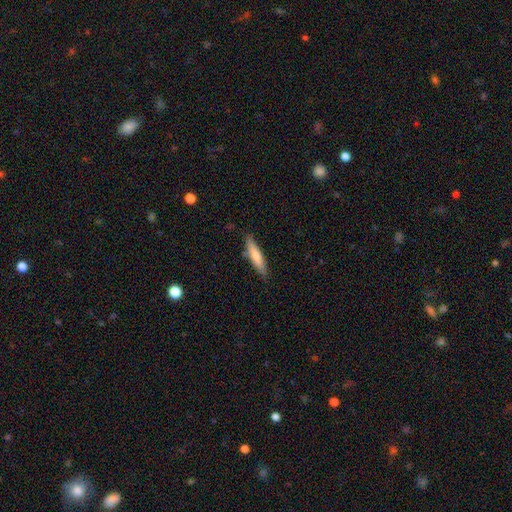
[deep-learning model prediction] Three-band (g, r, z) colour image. It shows a smooth galaxy with no disk features (74%) that is cigar-shaped (82%). Merging: none (82%).